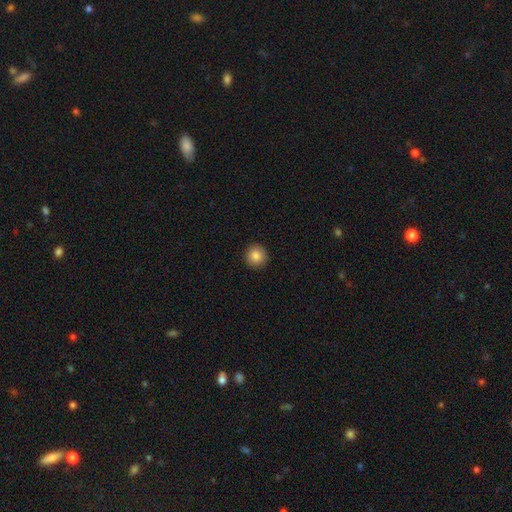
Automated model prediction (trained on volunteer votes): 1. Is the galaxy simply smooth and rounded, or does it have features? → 86% smooth, 9% star or artifact, 5% featured or disk.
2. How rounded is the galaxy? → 94% round, 5% in between, 1% cigar-shaped.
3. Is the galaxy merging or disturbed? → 93% none, 5% minor disturbance, 2% major disturbance, 1% merger.